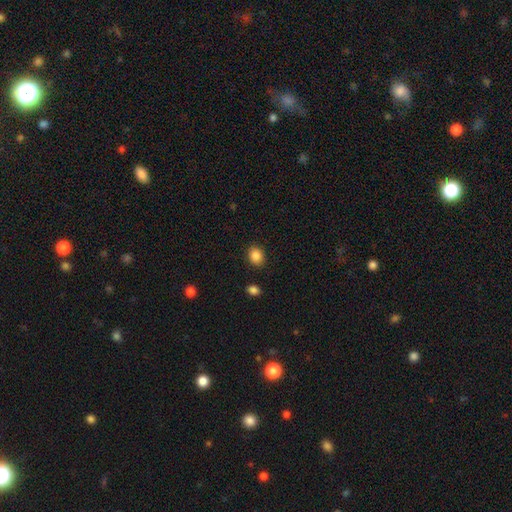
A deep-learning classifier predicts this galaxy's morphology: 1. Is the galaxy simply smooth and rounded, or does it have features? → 87% smooth, 9% star or artifact, 4% featured or disk.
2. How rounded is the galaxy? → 50% round, 49% in between, 1% cigar-shaped.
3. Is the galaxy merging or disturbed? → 88% none, 8% minor disturbance, 2% major disturbance, 2% merger.